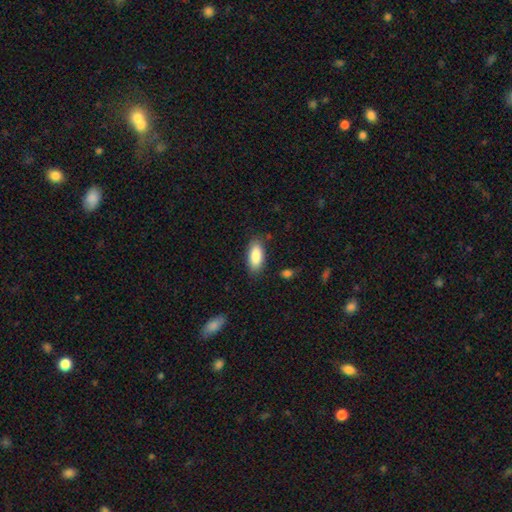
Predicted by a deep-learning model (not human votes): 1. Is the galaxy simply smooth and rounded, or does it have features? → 87% smooth, 7% featured or disk, 6% star or artifact.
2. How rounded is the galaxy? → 85% in between, 13% cigar-shaped, 2% round.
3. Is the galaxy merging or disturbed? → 84% none, 11% minor disturbance, 3% major disturbance, 2% merger.